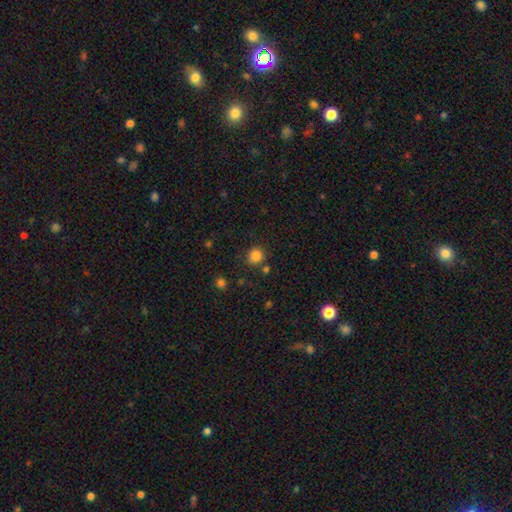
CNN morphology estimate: A smooth galaxy with no disk features (84%) that is round (84%). Merging: none (80%).